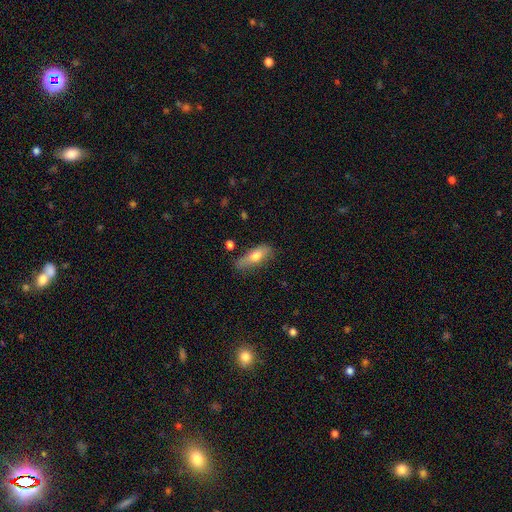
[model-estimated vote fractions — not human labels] Smooth or featured? Predicted: smooth (p=0.68). How rounded? Predicted: in between (p=0.63). Merging? Predicted: none (p=0.69).